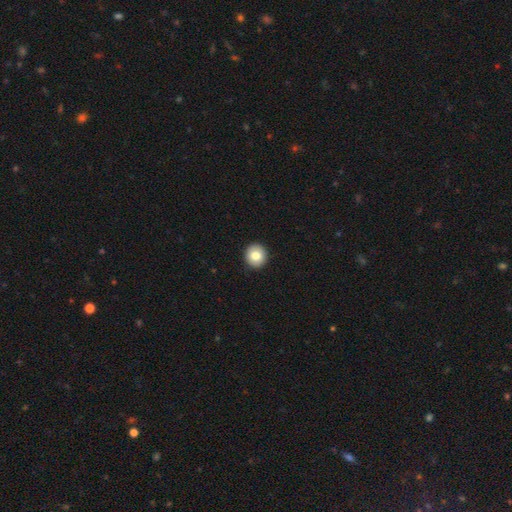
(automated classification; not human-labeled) Smooth or featured: smooth — 82% (featured or disk — 10%)
How rounded: round — 89% (in between — 10%)
Merging: none — 93% (minor disturbance — 5%)